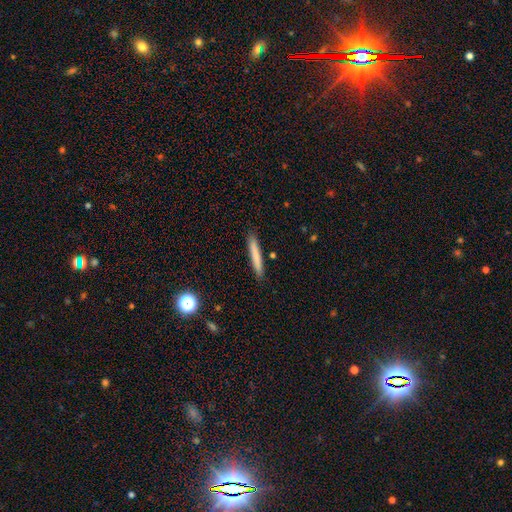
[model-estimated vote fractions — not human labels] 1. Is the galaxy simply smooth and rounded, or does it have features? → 76% smooth, 17% featured or disk, 7% star or artifact.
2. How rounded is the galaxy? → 96% cigar-shaped, 3% in between, 1% round.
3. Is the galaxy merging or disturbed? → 91% none, 6% minor disturbance, 1% major disturbance, 1% merger.